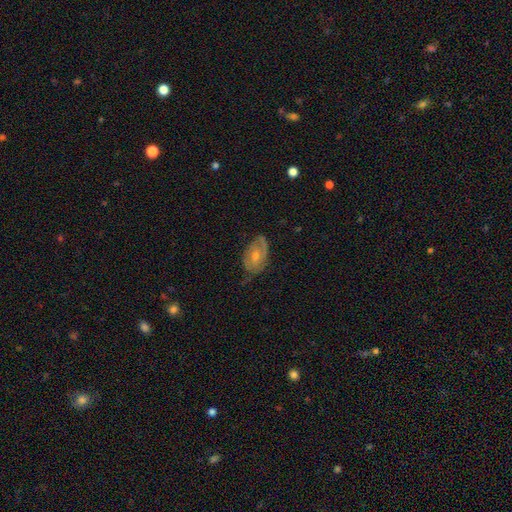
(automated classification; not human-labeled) featured or disk 68%, smooth 23%, star or artifact 9%. Down the decision tree: edge-on disk — no (94%); bar — no (61%); spiral arms — yes (78%); bulge size — moderate (52%); merging — none (68%).